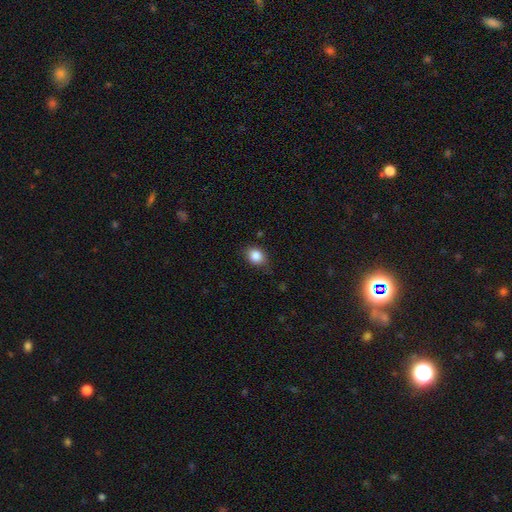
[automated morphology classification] Q: Smooth or featured?
A: smooth (86%); runner-up: star or artifact (9%)
Q: How rounded?
A: in between (52%); runner-up: round (47%)
Q: Merging?
A: none (76%); runner-up: minor disturbance (19%)